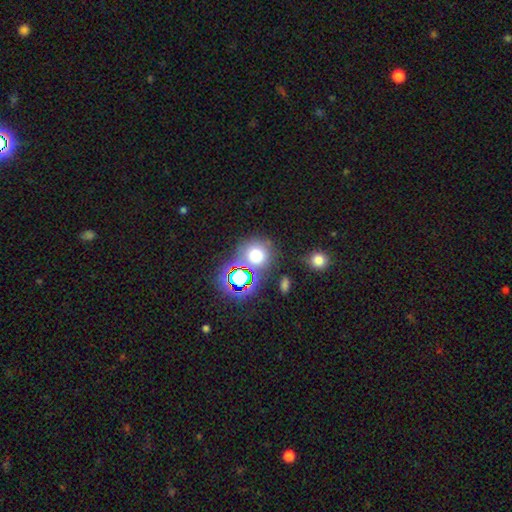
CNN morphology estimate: Q: Smooth or featured?
A: smooth (62%); runner-up: star or artifact (28%)
Q: How rounded?
A: round (86%); runner-up: in between (13%)
Q: Merging?
A: none (68%); runner-up: merger (15%)